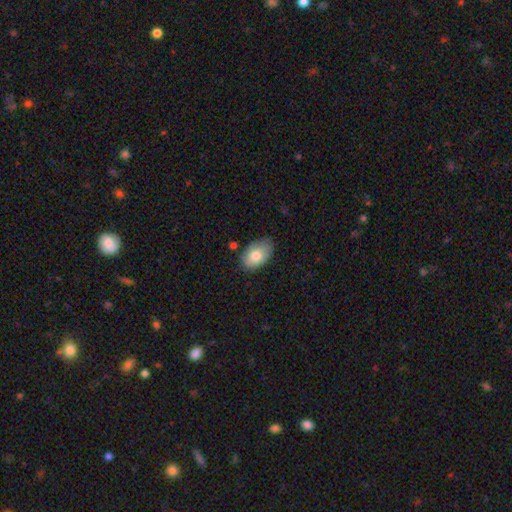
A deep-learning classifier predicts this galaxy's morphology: type=smooth (78%); roundness=in between (91%); merging=none (74%).